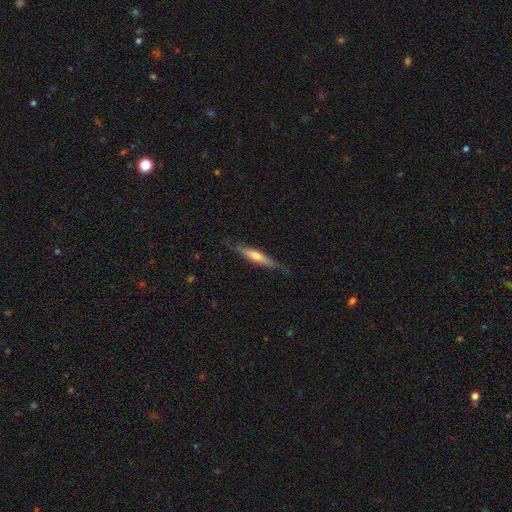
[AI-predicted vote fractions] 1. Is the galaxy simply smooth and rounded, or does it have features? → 53% featured or disk, 41% smooth, 6% star or artifact.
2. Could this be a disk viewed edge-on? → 93% yes, 7% no.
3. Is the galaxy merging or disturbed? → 79% none, 16% minor disturbance, 3% major disturbance, 1% merger.